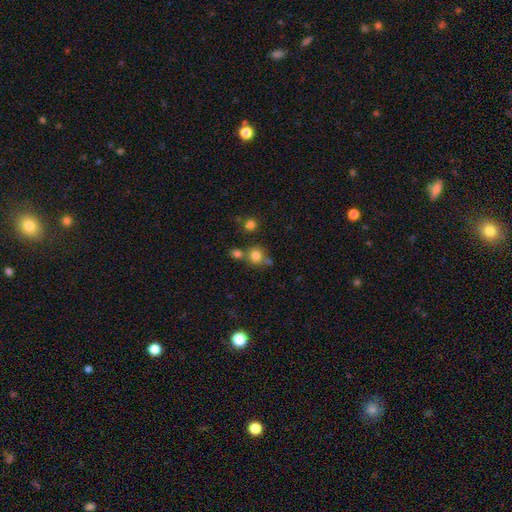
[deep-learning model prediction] A smooth galaxy with no disk features (77%) that is round (88%).

Vote fractions:
- Smooth or featured? smooth: 77% / star or artifact: 14% / featured or disk: 9%
- How rounded? round: 88% / in between: 11% / cigar-shaped: 1%
- Merging? none: 61% / merger: 24% / minor disturbance: 10% / major disturbance: 4%